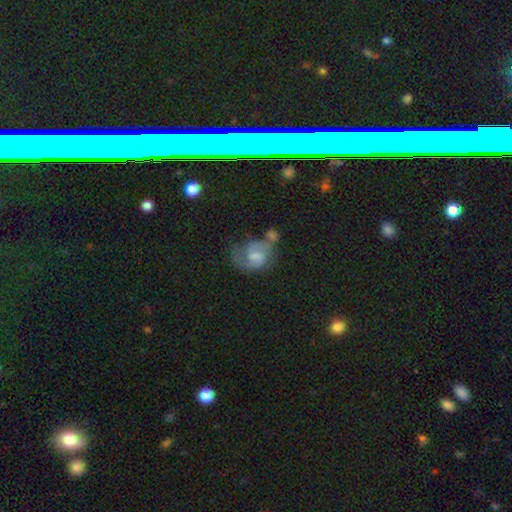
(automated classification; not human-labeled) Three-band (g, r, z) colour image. It shows a featured or disk galaxy (58%) with a weak bar (49%), spiral arms (81%) and a small central bulge (38%). Merging: none (30%).